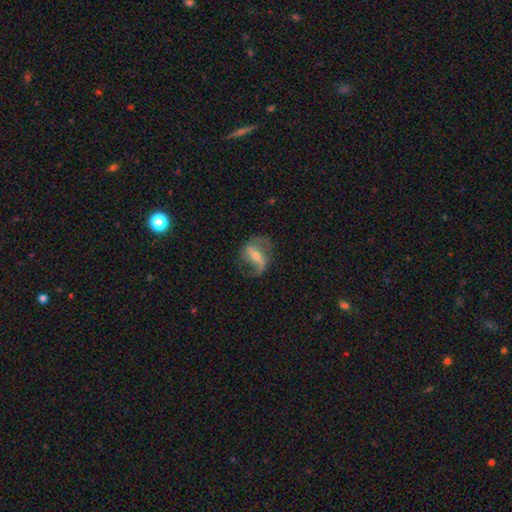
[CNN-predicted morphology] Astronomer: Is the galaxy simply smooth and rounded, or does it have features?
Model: featured or disk — 83%.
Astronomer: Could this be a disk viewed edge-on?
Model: no — 96%.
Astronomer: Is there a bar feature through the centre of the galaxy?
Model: strong — 49% (runner-up: weak, 34%).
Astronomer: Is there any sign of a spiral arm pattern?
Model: yes — 92%.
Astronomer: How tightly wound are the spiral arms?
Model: loose — 55% (runner-up: medium, 35%).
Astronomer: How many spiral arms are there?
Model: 2 — 82%.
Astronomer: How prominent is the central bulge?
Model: small — 48% (runner-up: moderate, 47%).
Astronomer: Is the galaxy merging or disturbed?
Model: none — 65%.